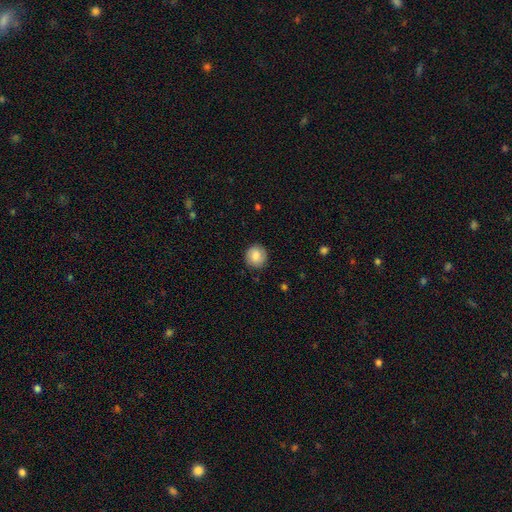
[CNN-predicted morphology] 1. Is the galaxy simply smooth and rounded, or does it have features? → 82% smooth, 10% featured or disk, 8% star or artifact.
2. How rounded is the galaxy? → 92% round, 7% in between, 1% cigar-shaped.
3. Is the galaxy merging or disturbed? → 87% none, 10% minor disturbance, 2% major disturbance, 1% merger.